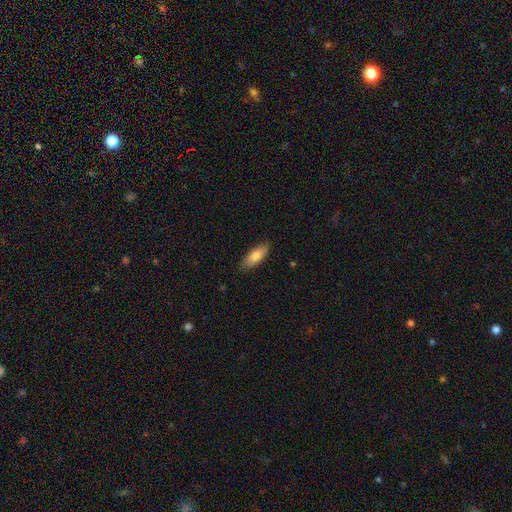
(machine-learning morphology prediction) The model was most divided on "how rounded": in between: 67%, cigar-shaped: 31%, round: 2%. More confident: merging — none (86%); smooth or featured — smooth (79%).